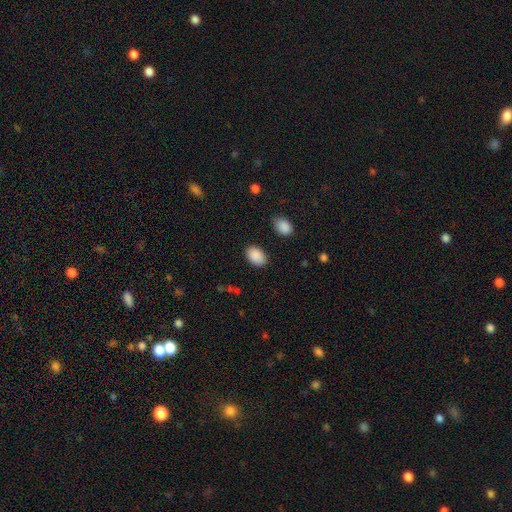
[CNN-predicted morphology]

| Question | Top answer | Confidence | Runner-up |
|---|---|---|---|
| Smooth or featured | smooth | 89% | star or artifact (7%) |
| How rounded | in between | 86% | round (13%) |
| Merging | none | 85% | minor disturbance (10%) |